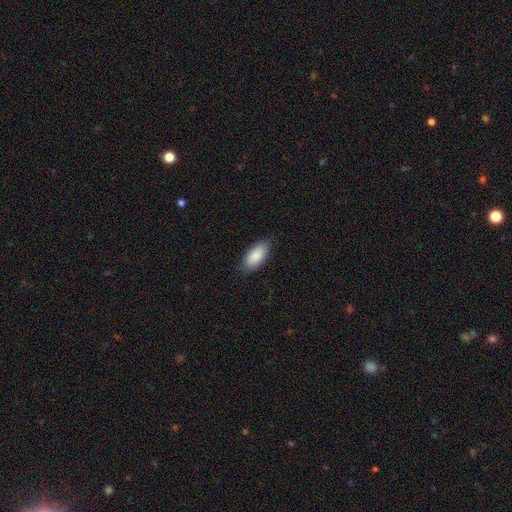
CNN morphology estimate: smooth-or-featured: smooth: 88% | featured or disk: 6% | star or artifact: 6%
  how-rounded: in between: 89% | cigar-shaped: 9% | round: 2%
  merging: none: 80% | minor disturbance: 16% | major disturbance: 3% | merger: 1%